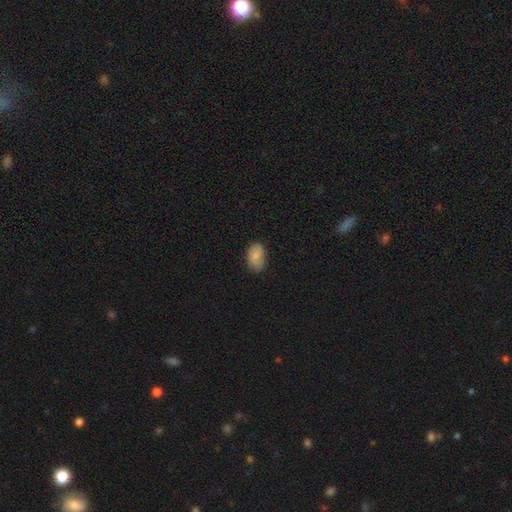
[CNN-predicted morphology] Smooth or featured? Predicted: smooth (p=0.84). How rounded? Predicted: in between (p=0.88). Merging? Predicted: none (p=0.73).